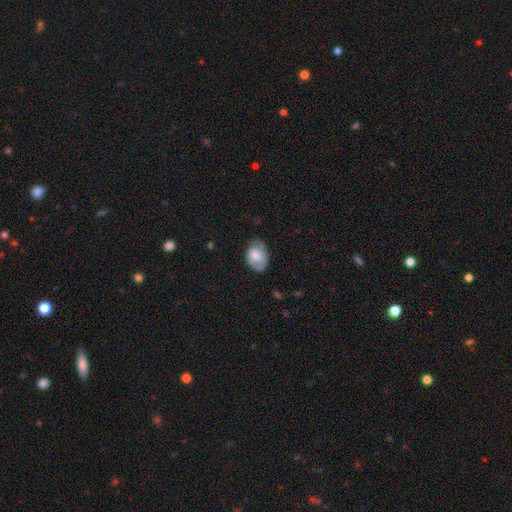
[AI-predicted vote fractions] A smooth galaxy with no disk features (62%) that is in between round and cigar-shaped (83%). Merging: none (62%).